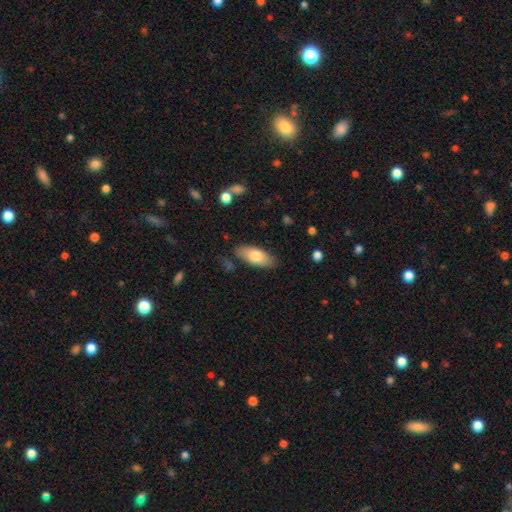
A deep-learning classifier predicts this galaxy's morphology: Smooth or featured? Predicted: smooth (p=0.75). How rounded? Predicted: in between (p=0.82). Merging? Predicted: none (p=0.82).